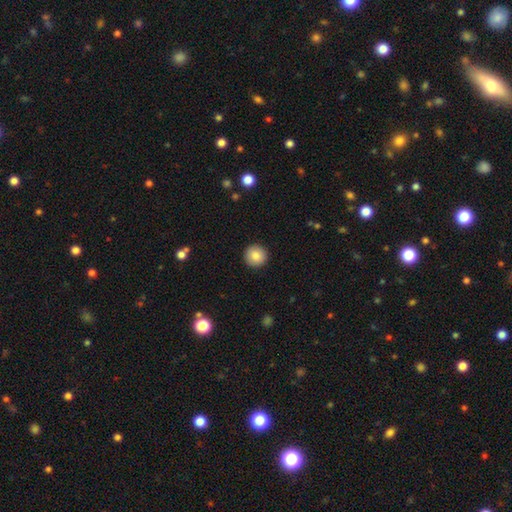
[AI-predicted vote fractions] Smooth or featured? smooth (85%)
How rounded? round (95%)
Merging? none (93%)